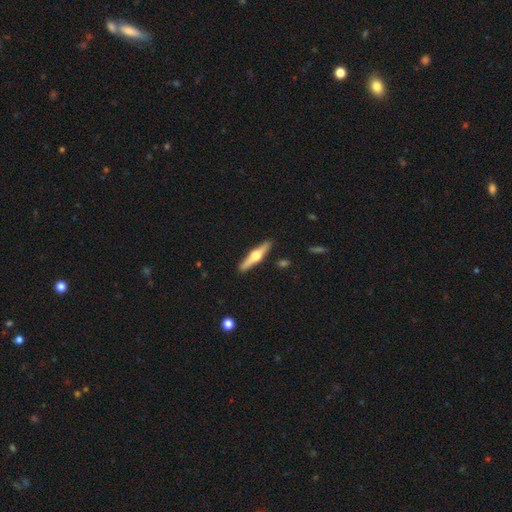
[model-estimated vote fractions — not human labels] Morphology: type=featured or disk (70%); edge-on=yes (97%); edge-on bulge=rounded (96%); merging=none (91%).